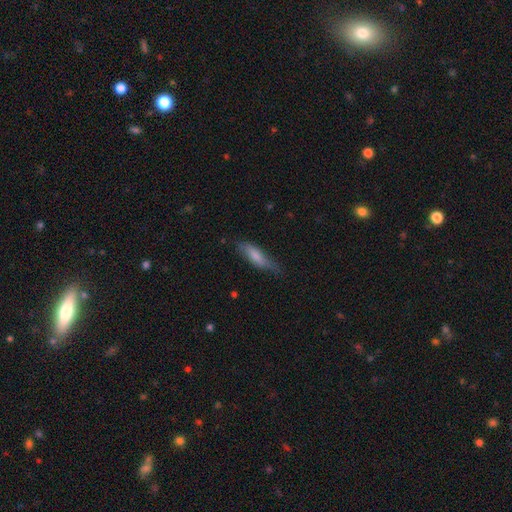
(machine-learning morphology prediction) Smooth or featured?
  - smooth: 74% *
  - featured or disk: 20%
  - star or artifact: 6%
How rounded?
  - cigar-shaped: 56% *
  - in between: 42%
  - round: 2%
Merging?
  - none: 57% *
  - minor disturbance: 32%
  - major disturbance: 9%
  - merger: 2%